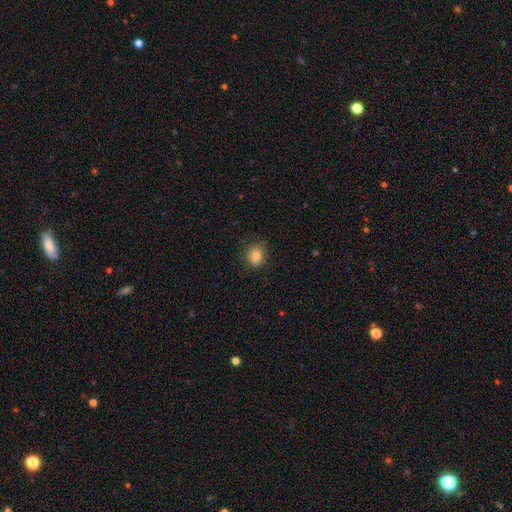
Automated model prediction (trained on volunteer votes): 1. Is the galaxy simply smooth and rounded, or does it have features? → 84% smooth, 10% star or artifact, 7% featured or disk.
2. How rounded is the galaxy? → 57% in between, 42% round, 1% cigar-shaped.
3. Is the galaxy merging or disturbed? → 76% none, 18% minor disturbance, 4% major disturbance, 1% merger.